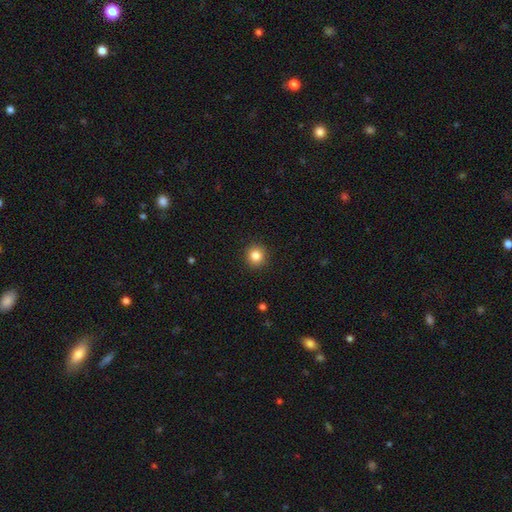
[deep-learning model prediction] Smooth or featured? Predicted: smooth (p=0.85). How rounded? Predicted: round (p=0.94). Merging? Predicted: none (p=0.92).